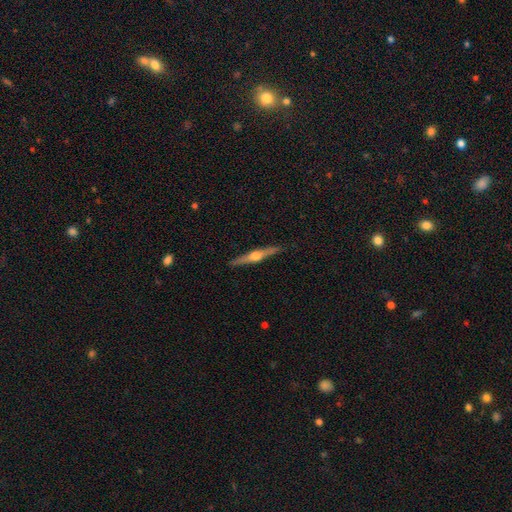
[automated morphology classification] Q: Smooth or featured?
A: featured or disk (77%); runner-up: smooth (18%)
Q: Edge-on disk?
A: yes (98%); runner-up: no (2%)
Q: Edge-on bulge?
A: rounded (95%); runner-up: boxy (3%)
Q: Merging?
A: none (91%); runner-up: minor disturbance (7%)